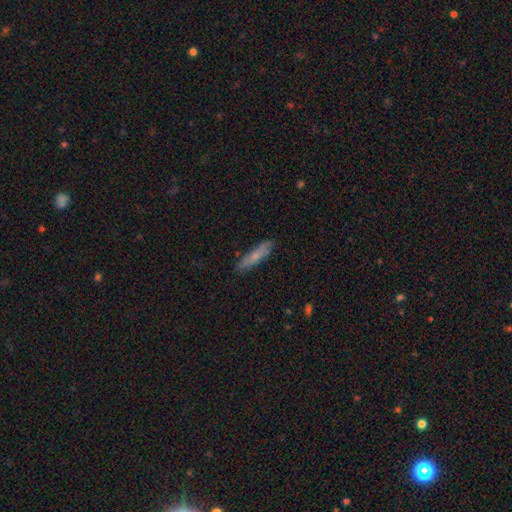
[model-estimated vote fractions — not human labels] Smooth or featured? Predicted: smooth (p=0.66). How rounded? Predicted: cigar-shaped (p=0.79). Merging? Predicted: none (p=0.83).